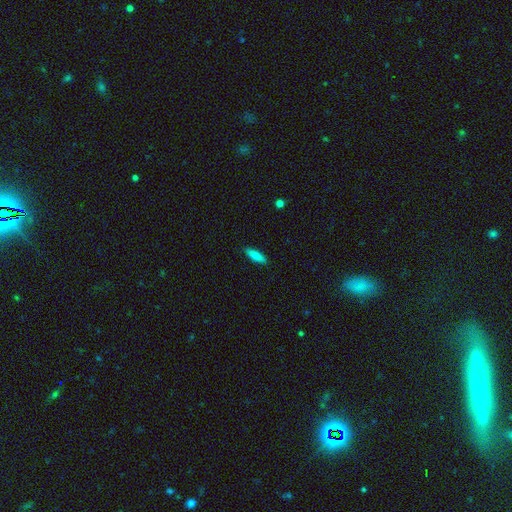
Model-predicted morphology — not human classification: smooth-or-featured: smooth: 82% | featured or disk: 12% | star or artifact: 6%
  how-rounded: cigar-shaped: 65% | in between: 33% | round: 2%
  merging: none: 89% | minor disturbance: 8% | major disturbance: 2% | merger: 1%